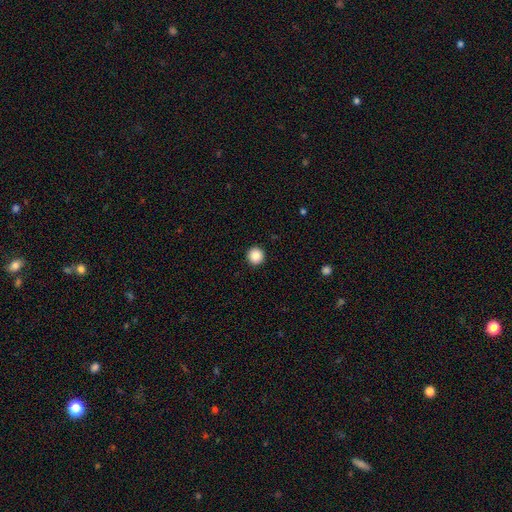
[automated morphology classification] smooth_or_featured: smooth (p=0.87) [alt: star or artifact p=0.09]
how_rounded: round (p=0.96) [alt: in between p=0.03]
merging: none (p=0.94) [alt: minor disturbance p=0.04]